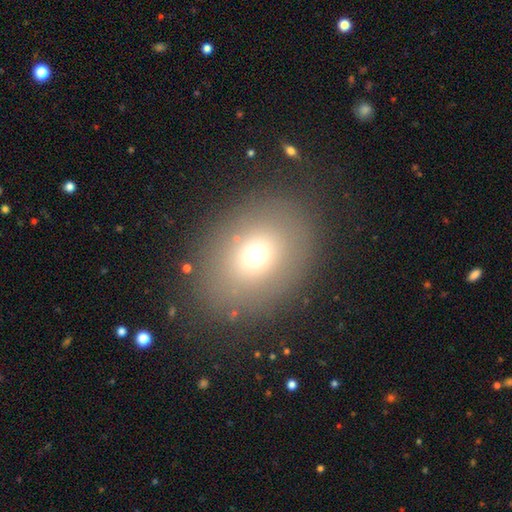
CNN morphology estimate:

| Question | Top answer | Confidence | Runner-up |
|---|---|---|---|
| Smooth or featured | smooth | 69% | star or artifact (17%) |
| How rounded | in between | 55% | round (44%) |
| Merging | none | 82% | minor disturbance (10%) |